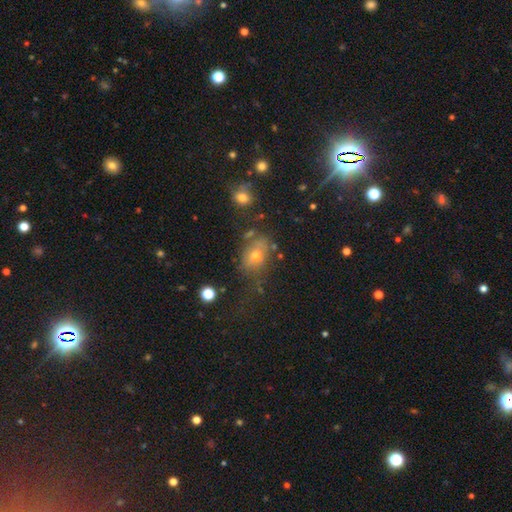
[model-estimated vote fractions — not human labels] smooth-or-featured: smooth: 59% | featured or disk: 22% | star or artifact: 19%
  how-rounded: in between: 68% | round: 30% | cigar-shaped: 2%
  merging: none: 57% | minor disturbance: 21% | major disturbance: 14% | merger: 9%